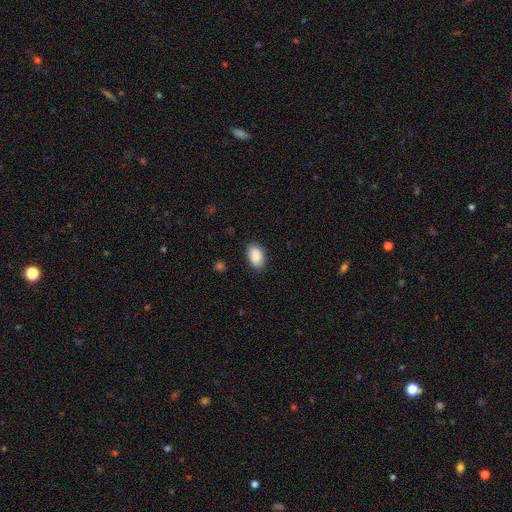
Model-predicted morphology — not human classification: smooth 90%, star or artifact 6%, featured or disk 3%. Down the decision tree: how rounded — in between (92%); merging — none (85%).